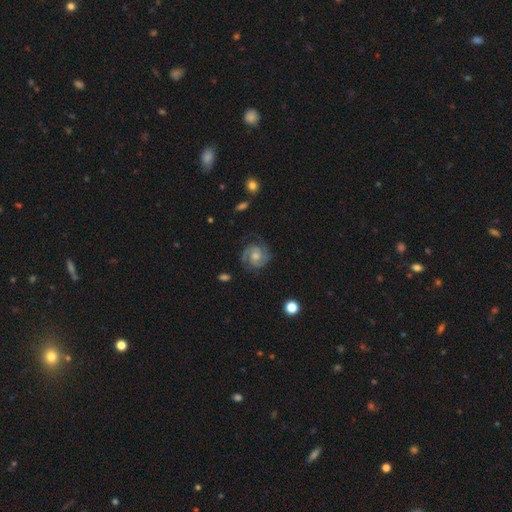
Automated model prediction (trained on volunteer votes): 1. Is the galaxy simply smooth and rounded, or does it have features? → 85% featured or disk, 9% smooth, 5% star or artifact.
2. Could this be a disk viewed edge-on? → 98% no, 2% yes.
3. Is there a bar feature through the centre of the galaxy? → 63% no, 32% weak, 5% strong.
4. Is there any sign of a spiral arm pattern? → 97% yes, 3% no.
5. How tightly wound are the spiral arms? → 54% tight, 38% medium, 7% loose.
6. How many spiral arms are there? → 73% 2, 12% 3, 7% can't tell, 3% 1, 2% 4, 2% more than 4.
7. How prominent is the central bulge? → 56% moderate, 33% small, 5% large, 4% none, 1% dominant.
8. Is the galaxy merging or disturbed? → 77% none, 15% minor disturbance, 6% major disturbance, 1% merger.